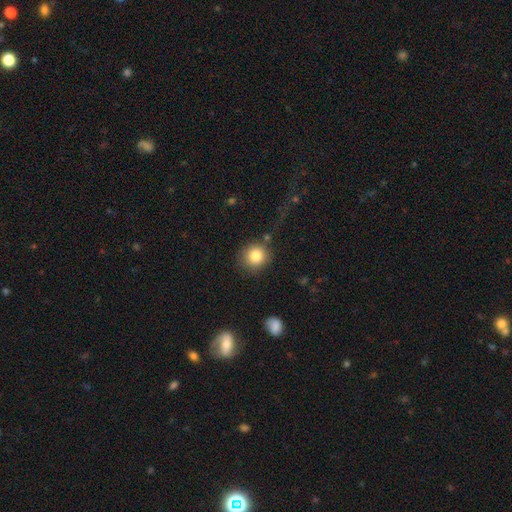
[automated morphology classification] Smooth or featured?
  - smooth: 83% *
  - star or artifact: 10%
  - featured or disk: 7%
How rounded?
  - round: 89% *
  - in between: 11%
  - cigar-shaped: 1%
Merging?
  - none: 80% *
  - minor disturbance: 11%
  - major disturbance: 5%
  - merger: 4%